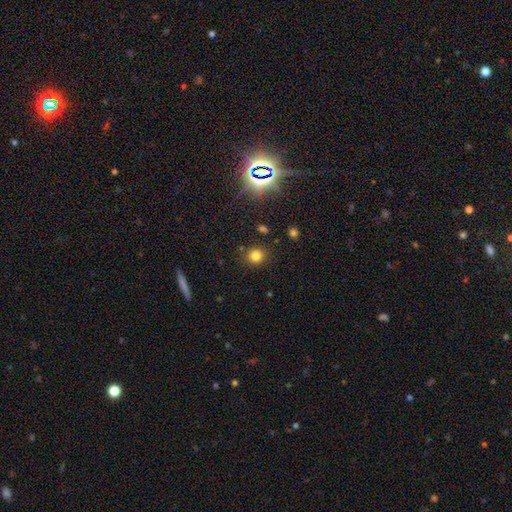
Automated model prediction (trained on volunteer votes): Q: Smooth or featured?
A: smooth (78%); runner-up: star or artifact (15%)
Q: How rounded?
A: round (84%); runner-up: in between (15%)
Q: Merging?
A: none (87%); runner-up: minor disturbance (8%)